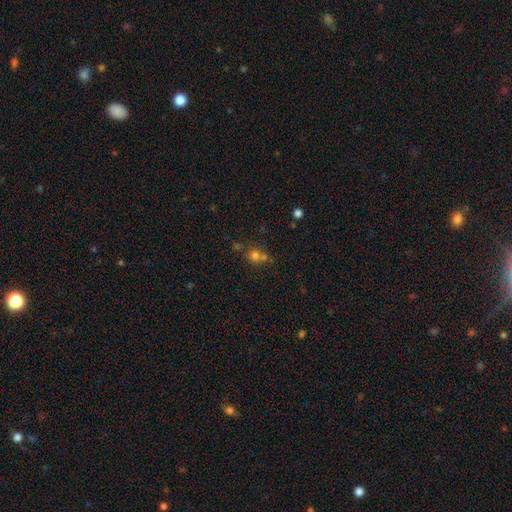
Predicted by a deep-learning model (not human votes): smooth-or-featured: smooth: 67% | star or artifact: 21% | featured or disk: 12%
  how-rounded: round: 84% | in between: 15% | cigar-shaped: 1%
  merging: none: 51% | merger: 37% | minor disturbance: 8% | major disturbance: 4%